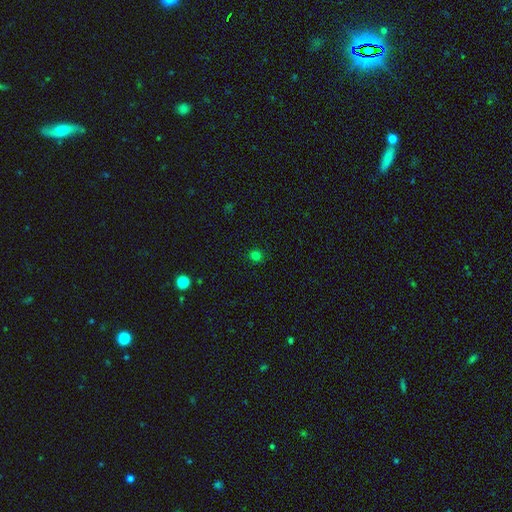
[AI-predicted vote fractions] smooth_or_featured: smooth (p=0.78) [alt: star or artifact p=0.18]
how_rounded: round (p=0.90) [alt: in between p=0.09]
merging: none (p=0.91) [alt: minor disturbance p=0.06]